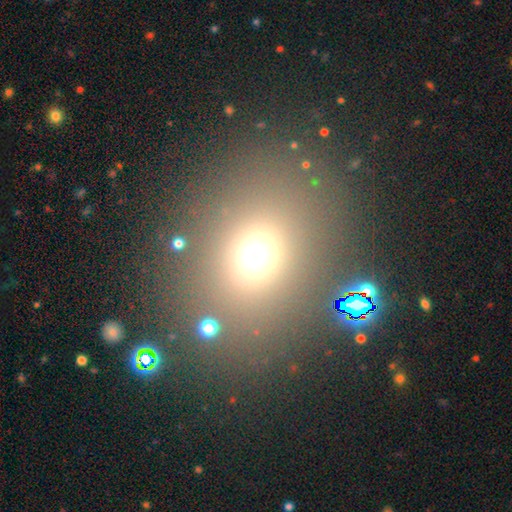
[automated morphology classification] Smooth or featured?
  - smooth: 66% *
  - star or artifact: 25%
  - featured or disk: 9%
How rounded?
  - round: 67% *
  - in between: 31%
  - cigar-shaped: 2%
Merging?
  - none: 79% *
  - minor disturbance: 9%
  - merger: 6%
  - major disturbance: 6%